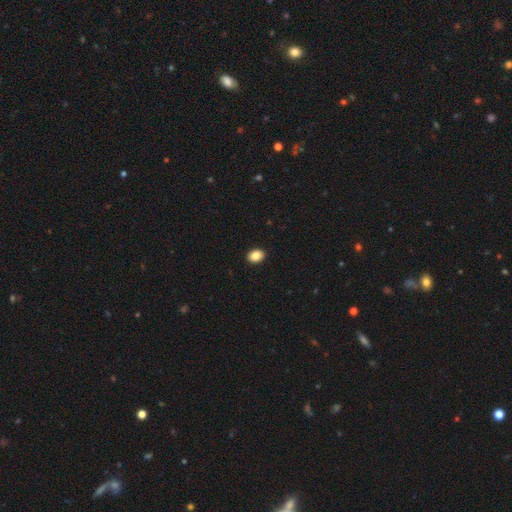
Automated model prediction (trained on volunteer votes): smooth 87%, star or artifact 8%, featured or disk 4%. Down the decision tree: how rounded — in between (64%); merging — none (92%).